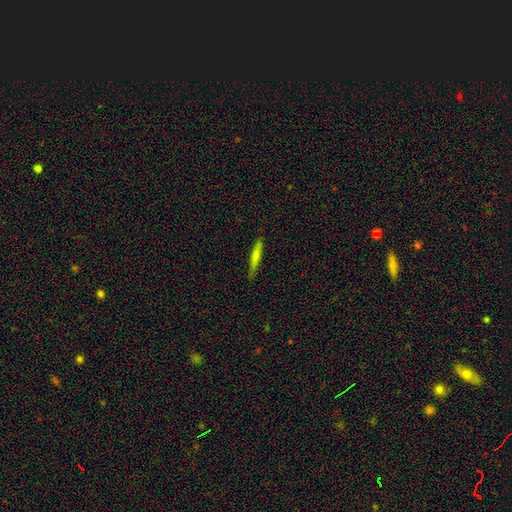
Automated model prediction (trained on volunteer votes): A smooth galaxy with no disk features (70%) that is cigar-shaped (94%). Merging: none (84%).